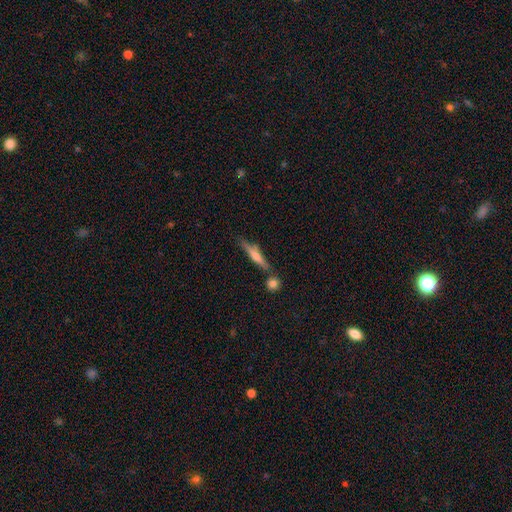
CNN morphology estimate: A featured or disk galaxy (56%) viewed edge-on (95%) with a rounded central bulge (70%). Merging: none (76%).